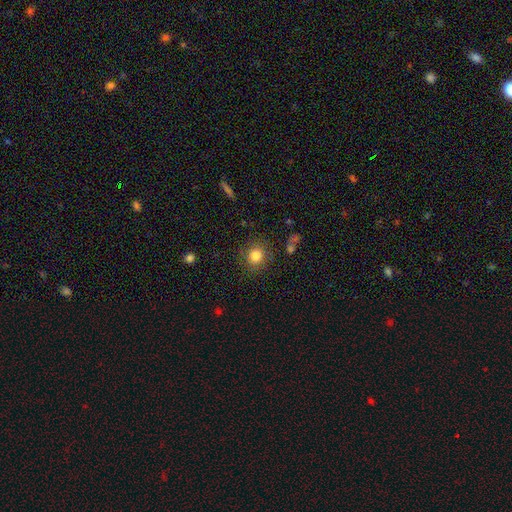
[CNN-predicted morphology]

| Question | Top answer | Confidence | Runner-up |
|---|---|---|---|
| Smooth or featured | smooth | 81% | star or artifact (11%) |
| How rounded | round | 86% | in between (13%) |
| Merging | none | 83% | minor disturbance (11%) |